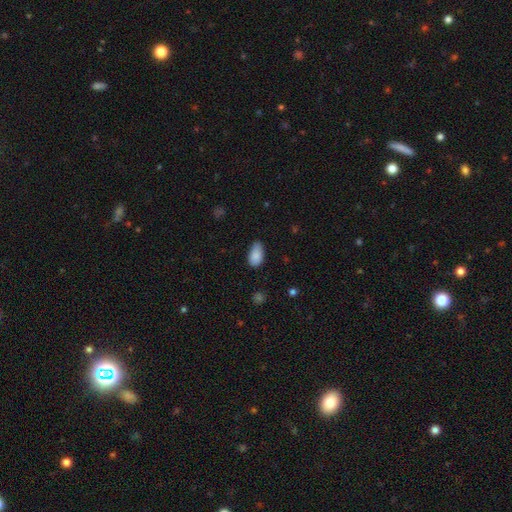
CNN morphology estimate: Overall: smooth (87%). How rounded: in between (93%). Merging: none (62%; minor disturbance 32%).